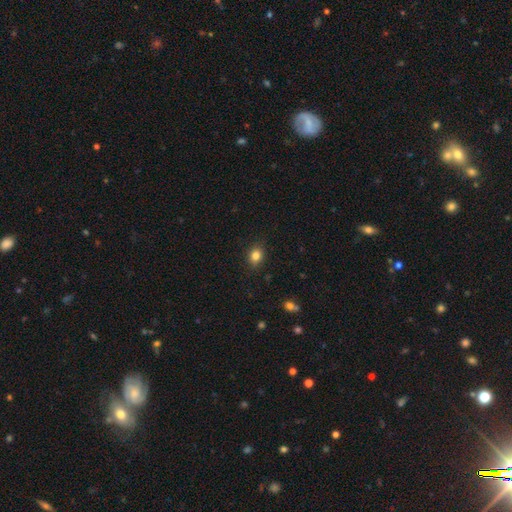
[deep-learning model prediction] Overall: smooth (83%). How rounded: in between (52%; round 47%). Merging: none (87%).